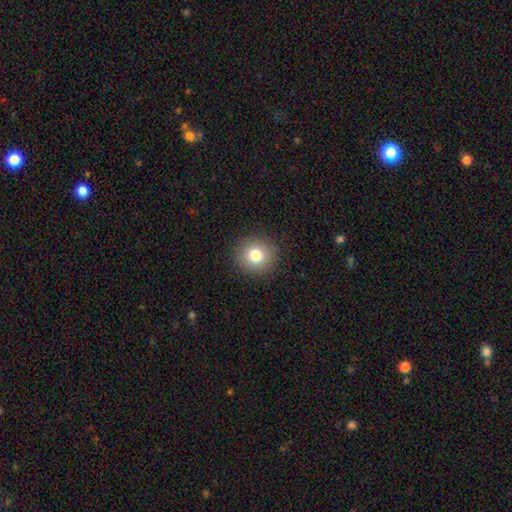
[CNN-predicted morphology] smooth-or-featured: smooth: 79% | star or artifact: 12% | featured or disk: 9%
  how-rounded: round: 90% | in between: 9% | cigar-shaped: 1%
  merging: none: 92% | minor disturbance: 5% | major disturbance: 2% | merger: 1%